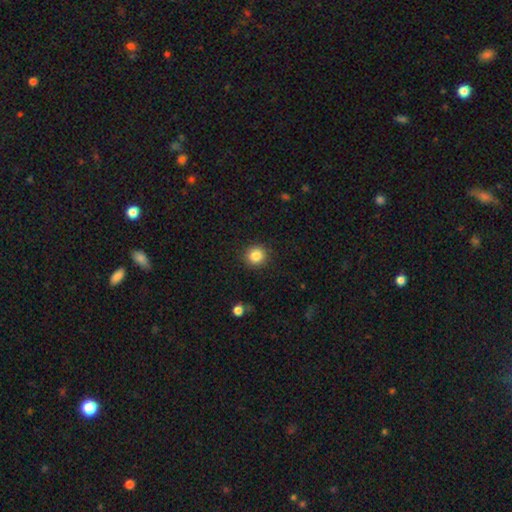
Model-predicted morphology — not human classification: This is clearly a smooth galaxy (85%). How rounded: clearly round (93%). Merging: clearly none (91%).